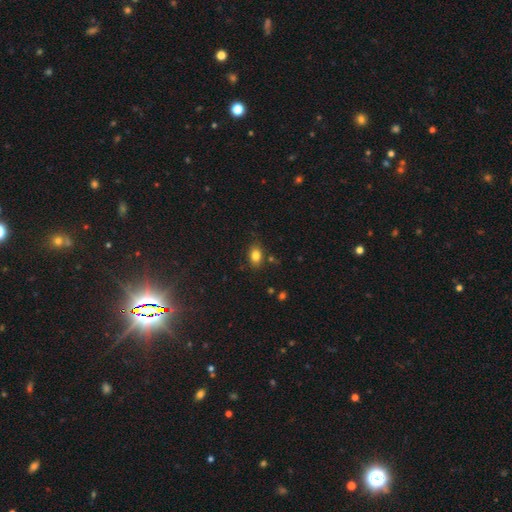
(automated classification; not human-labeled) Smooth or featured? smooth (82%)
How rounded? in between (79%)
Merging? none (79%)